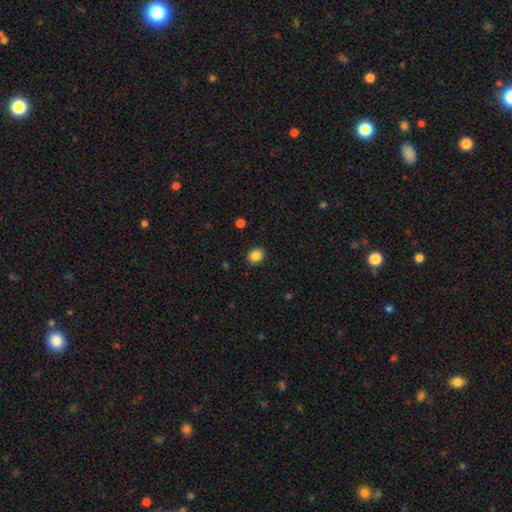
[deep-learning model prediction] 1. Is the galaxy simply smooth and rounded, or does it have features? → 86% smooth, 10% star or artifact, 3% featured or disk.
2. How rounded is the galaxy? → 74% round, 25% in between, 1% cigar-shaped.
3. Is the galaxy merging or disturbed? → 90% none, 7% minor disturbance, 2% major disturbance, 1% merger.